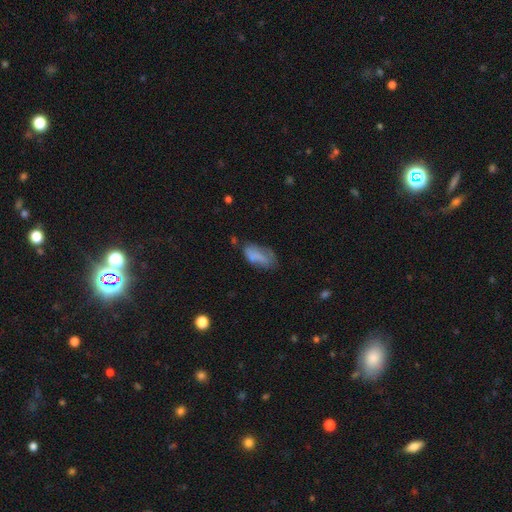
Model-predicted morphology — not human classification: Smooth or featured: smooth — 68% (featured or disk — 23%)
How rounded: in between — 87% (cigar-shaped — 10%)
Merging: none — 41% (minor disturbance — 32%)